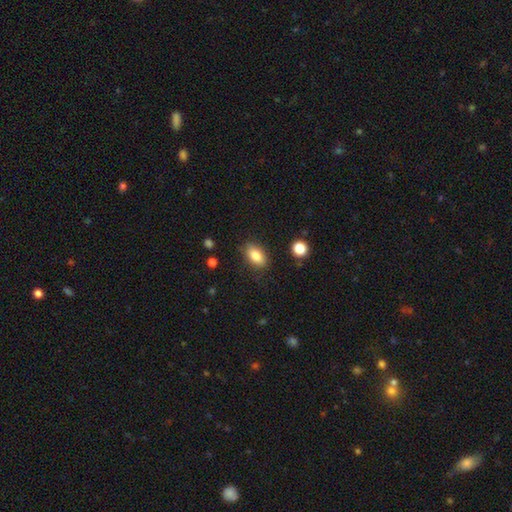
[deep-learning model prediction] This is clearly a smooth galaxy (84%). How rounded: clearly in between (89%). Merging: clearly none (84%).